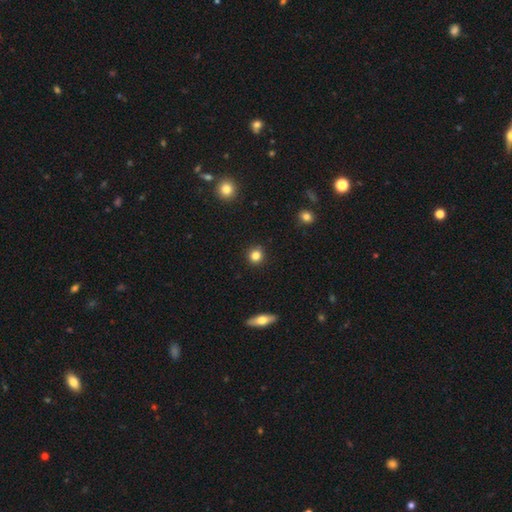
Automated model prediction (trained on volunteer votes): The model was most divided on "smooth or featured": smooth: 83%, star or artifact: 11%, featured or disk: 6%. More confident: merging — none (91%); how rounded — round (91%).